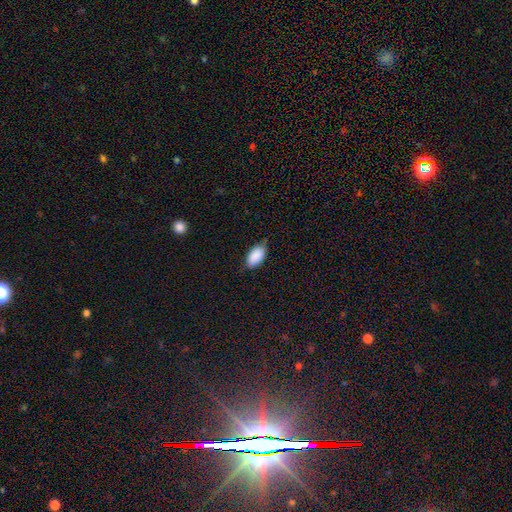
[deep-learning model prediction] The model was most divided on "merging": none: 67%, minor disturbance: 28%, major disturbance: 4%, merger: 1%. More confident: how rounded — in between (94%); smooth or featured — smooth (89%).